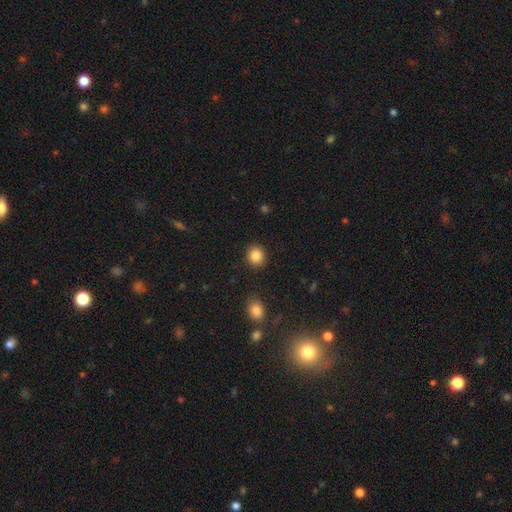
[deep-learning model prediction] Morphology: type=smooth (85%); roundness=round (82%); merging=none (90%).